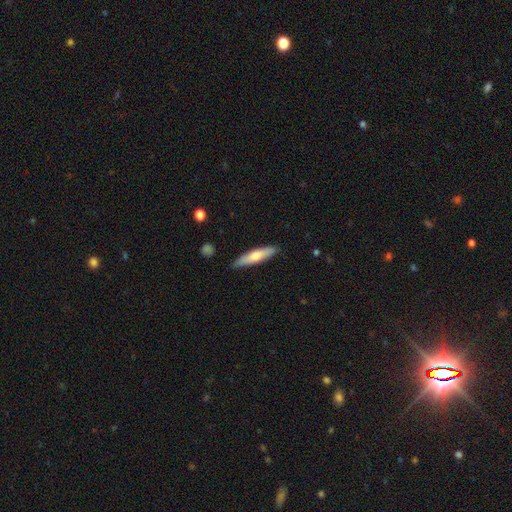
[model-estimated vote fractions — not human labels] This is likely a smooth galaxy (65%). How rounded: likely cigar-shaped (79%). Merging: clearly none (86%).